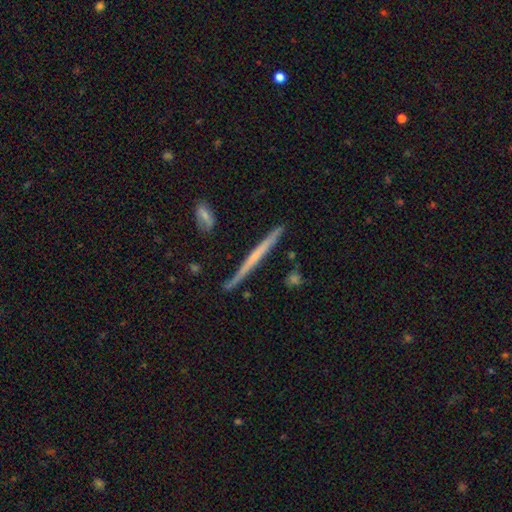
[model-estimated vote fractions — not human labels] smooth-or-featured: featured or disk: 62% | smooth: 33% | star or artifact: 6%
  disk-edge-on: yes: 97% | no: 3%
    edge-on-bulge: none: 75% | rounded: 18% | boxy: 7%
  merging: none: 86% | minor disturbance: 10% | merger: 2% | major disturbance: 2%